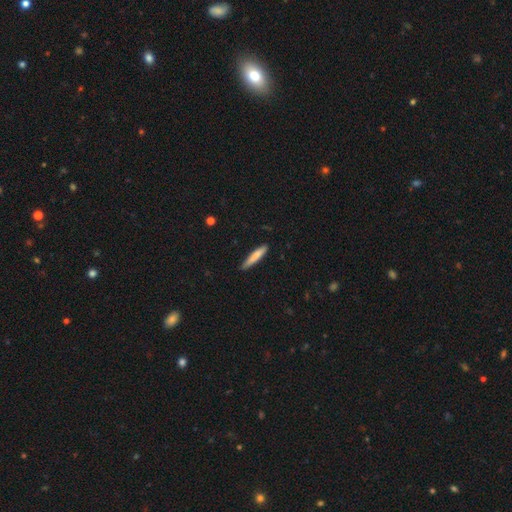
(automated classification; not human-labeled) Smooth or featured: smooth — 79% (featured or disk — 16%)
How rounded: cigar-shaped — 91% (in between — 8%)
Merging: none — 81% (minor disturbance — 16%)